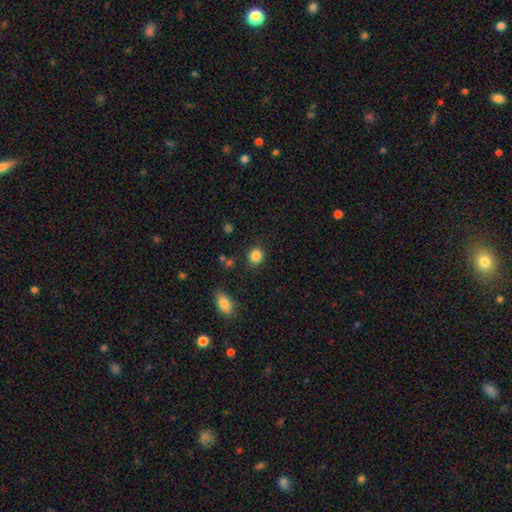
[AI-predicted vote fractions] A smooth galaxy with no disk features (85%) that is round (82%).

Vote fractions:
- Smooth or featured? smooth: 85% / star or artifact: 10% / featured or disk: 4%
- How rounded? round: 82% / in between: 17% / cigar-shaped: 1%
- Merging? none: 86% / minor disturbance: 8% / major disturbance: 3% / merger: 2%